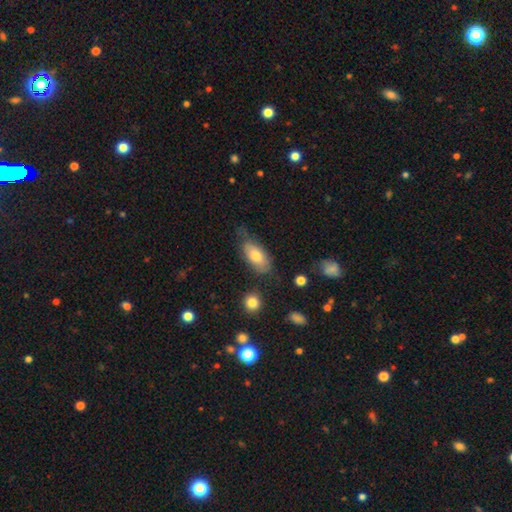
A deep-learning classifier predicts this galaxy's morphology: Smooth or featured? Predicted: smooth (p=0.71). How rounded? Predicted: in between (p=0.89). Merging? Predicted: none (p=0.55).